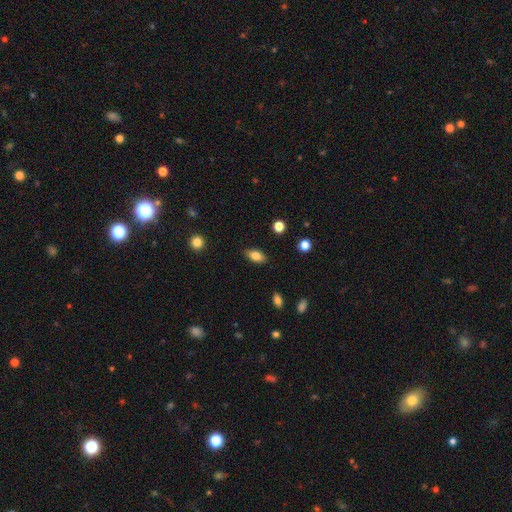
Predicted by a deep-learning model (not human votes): The model was most divided on "smooth or featured": smooth: 81%, featured or disk: 11%, star or artifact: 8%. More confident: how rounded — in between (88%); merging — none (86%).